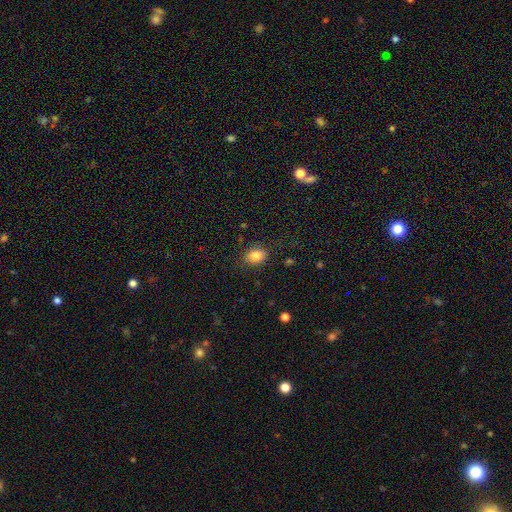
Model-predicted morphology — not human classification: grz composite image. It shows a smooth galaxy with no disk features (83%) that is in between round and cigar-shaped (73%). Merging: none (81%).